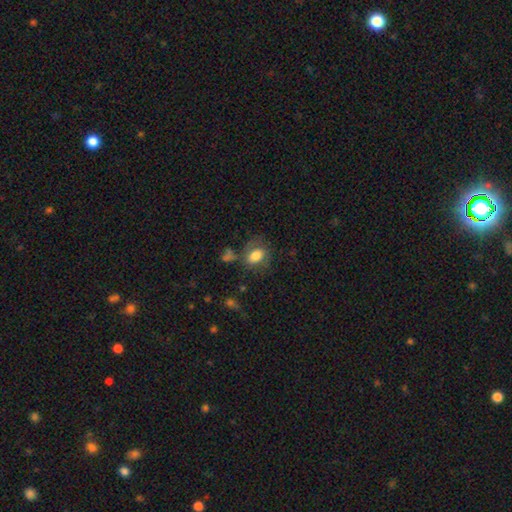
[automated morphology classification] Smooth or featured: smooth — 75% (featured or disk — 17%)
How rounded: in between — 70% (round — 28%)
Merging: none — 55% (minor disturbance — 23%)